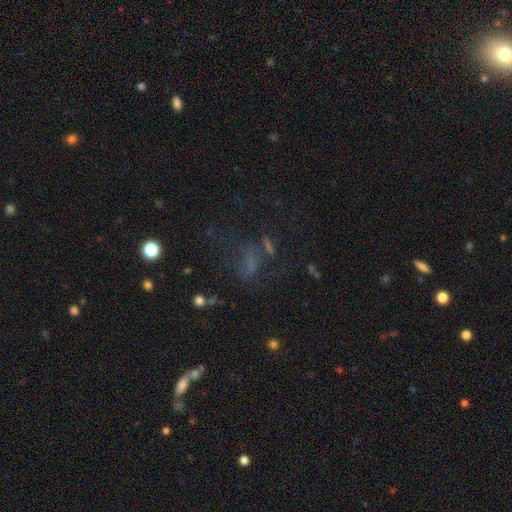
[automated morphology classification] This is marginally a star or artifact rather than a galaxy (45%).